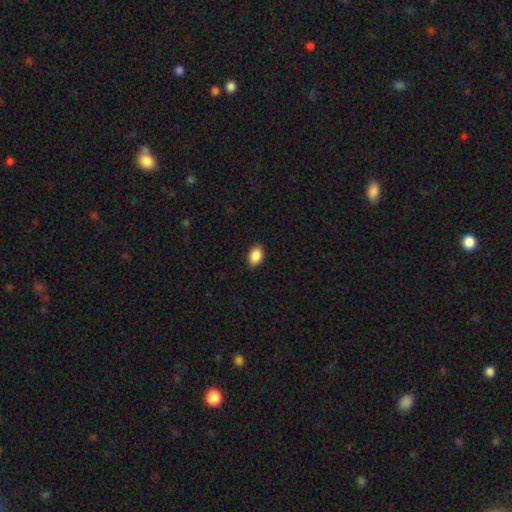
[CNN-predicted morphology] Overall: smooth (89%). How rounded: in between (83%). Merging: none (84%).